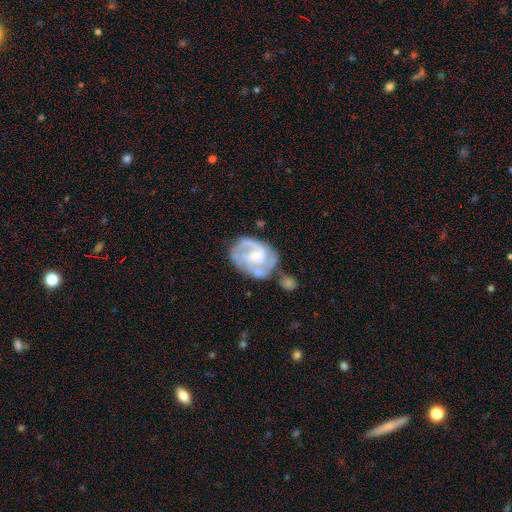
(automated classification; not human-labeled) This is clearly a featured or disk galaxy (84%). It is clearly not viewed edge-on (98%). Bar: possibly no (53%). Spiral arm pattern: clearly yes (93%). Spiral arm count: possibly 2 (46%). Spiral winding: possibly tight (45%). Central bulge: likely small (66%). Merging: possibly none (54%).